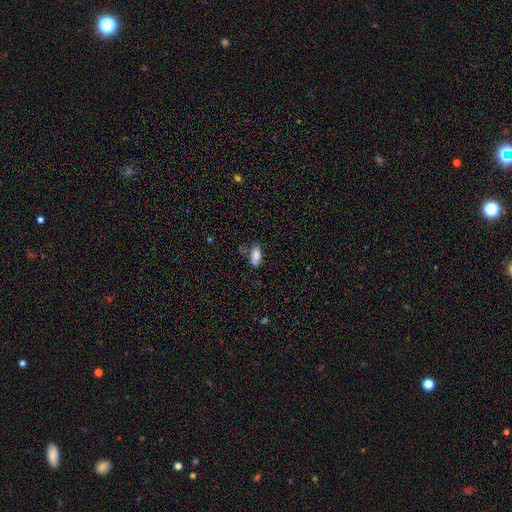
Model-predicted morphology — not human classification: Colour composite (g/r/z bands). It shows a smooth galaxy with no disk features (86%) that is in between round and cigar-shaped (89%). Merging: none (65%).